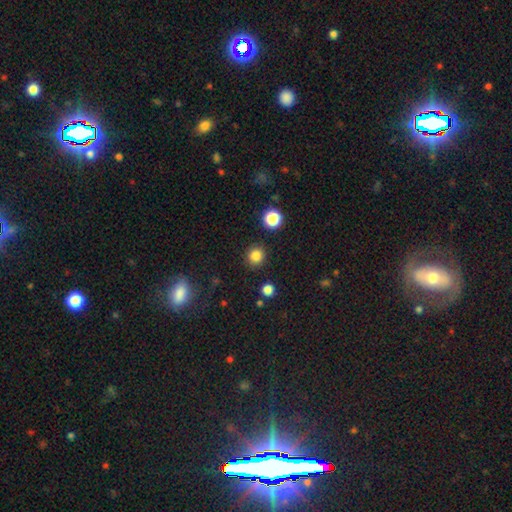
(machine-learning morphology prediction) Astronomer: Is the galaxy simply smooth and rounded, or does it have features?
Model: smooth — 83%.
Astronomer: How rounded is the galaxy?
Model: round — 92%.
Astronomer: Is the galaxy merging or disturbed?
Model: none — 90%.